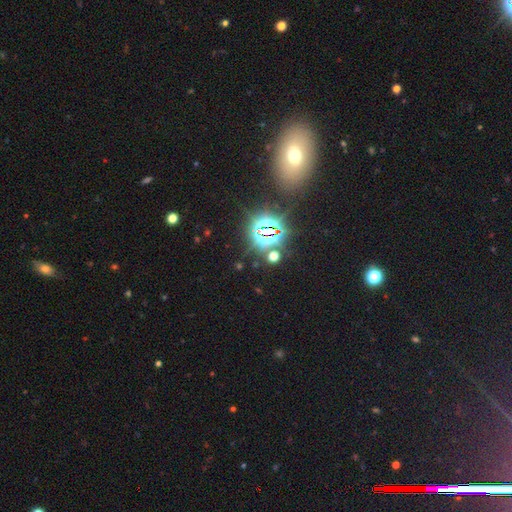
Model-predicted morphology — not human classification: The model was most divided on "smooth or featured": star or artifact: 50%, smooth: 35%, featured or disk: 15%.